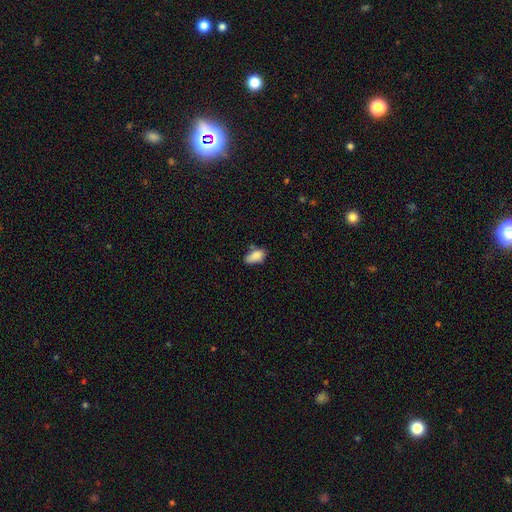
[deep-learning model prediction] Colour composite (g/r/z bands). It shows a smooth galaxy with no disk features (84%) that is in between round and cigar-shaped (90%). Merging: none (51%).